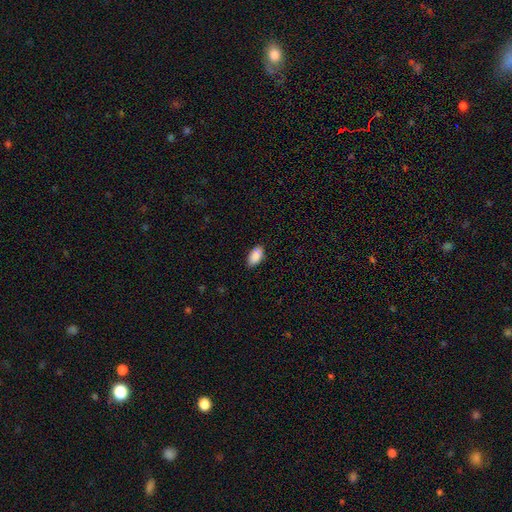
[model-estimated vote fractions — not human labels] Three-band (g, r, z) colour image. It shows a smooth galaxy with no disk features (90%) that is in between round and cigar-shaped (94%). Merging: none (85%).